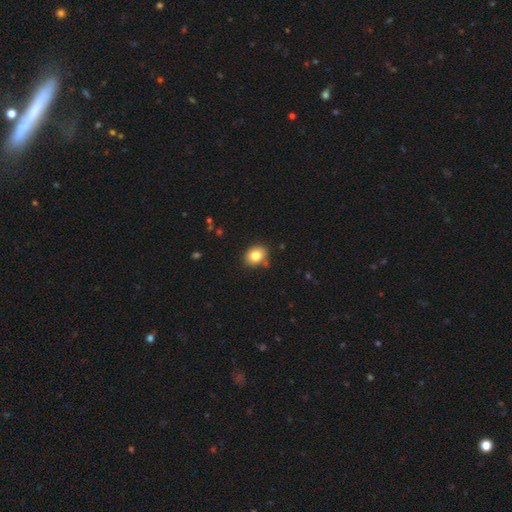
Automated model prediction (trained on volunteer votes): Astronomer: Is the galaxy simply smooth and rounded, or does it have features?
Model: smooth — 80%.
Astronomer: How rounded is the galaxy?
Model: round — 53% (runner-up: in between, 46%).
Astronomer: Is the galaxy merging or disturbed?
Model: none — 79%.